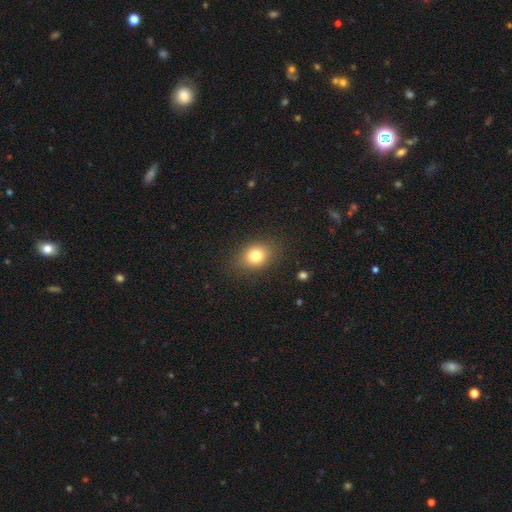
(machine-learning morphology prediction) Q: Smooth or featured?
A: smooth (79%); runner-up: star or artifact (12%)
Q: How rounded?
A: in between (51%); runner-up: round (48%)
Q: Merging?
A: none (85%); runner-up: minor disturbance (10%)